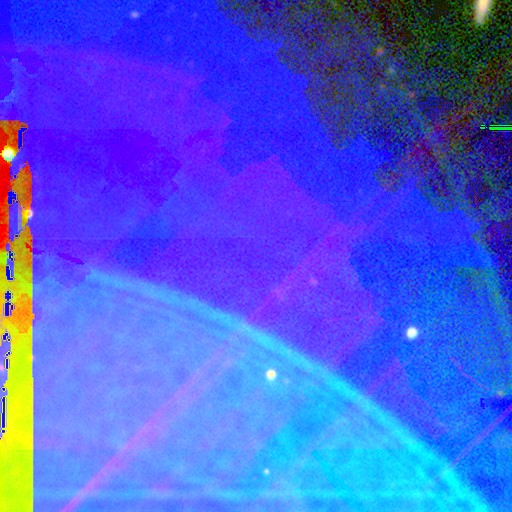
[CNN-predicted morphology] Smooth or featured? star or artifact (85%)